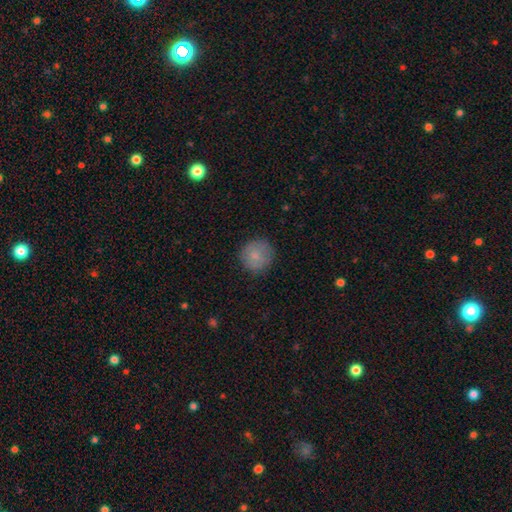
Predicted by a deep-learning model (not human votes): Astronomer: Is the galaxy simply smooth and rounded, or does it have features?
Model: smooth — 80%.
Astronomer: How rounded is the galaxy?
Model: round — 93%.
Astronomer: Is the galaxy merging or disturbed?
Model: none — 82%.